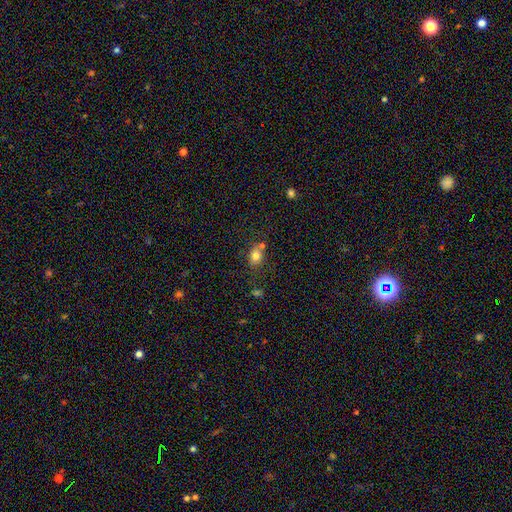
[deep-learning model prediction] This appears to be a smooth galaxy with no disk features (78%) that is in between round and cigar-shaped (56%). Merging: none (58%).